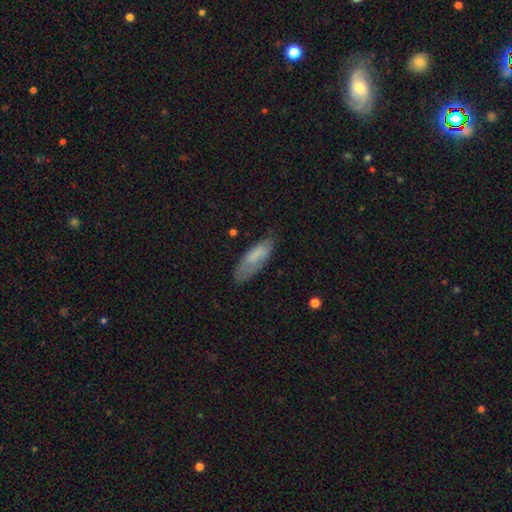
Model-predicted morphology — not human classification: Smooth or featured? smooth (74%)
How rounded? in between (60%)
Merging? none (64%)